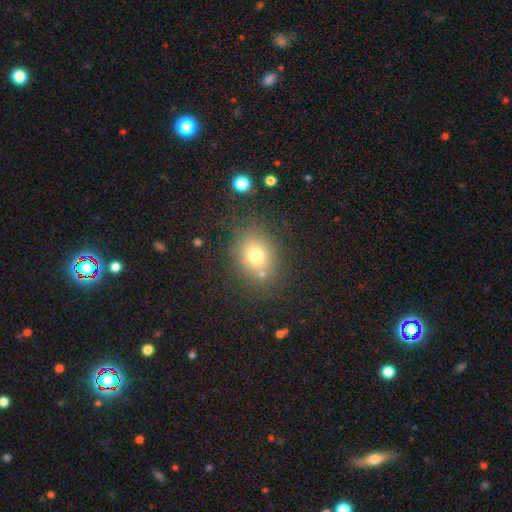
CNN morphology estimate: Overall: smooth (73%). How rounded: round (55%; in between 44%). Merging: none (76%).